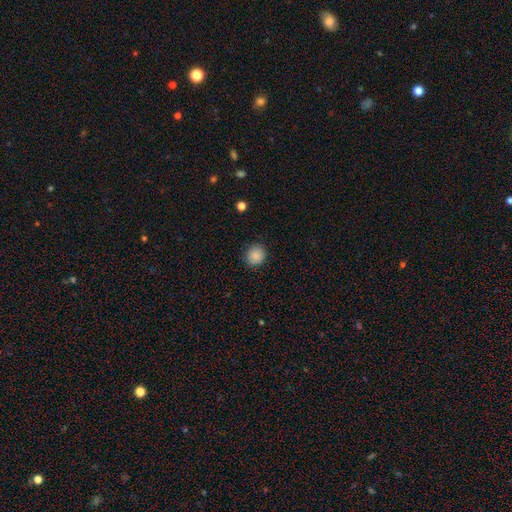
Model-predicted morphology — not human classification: A smooth galaxy with no disk features (87%) that is round (87%).

Vote fractions:
- Smooth or featured? smooth: 87% / star or artifact: 9% / featured or disk: 3%
- How rounded? round: 87% / in between: 13% / cigar-shaped: 1%
- Merging? none: 89% / minor disturbance: 8% / major disturbance: 2% / merger: 1%